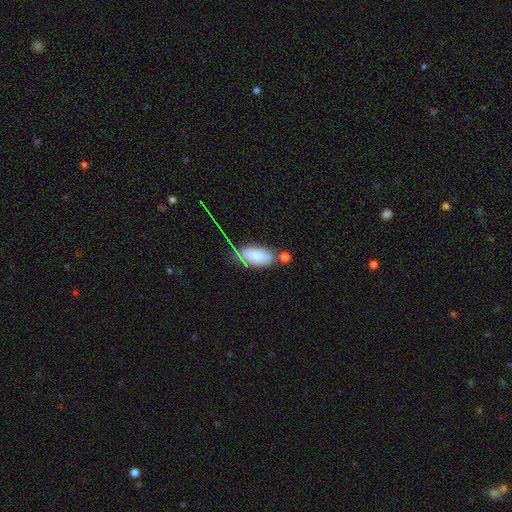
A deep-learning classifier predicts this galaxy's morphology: Smooth or featured? smooth (74%)
How rounded? in between (91%)
Merging? none (58%)